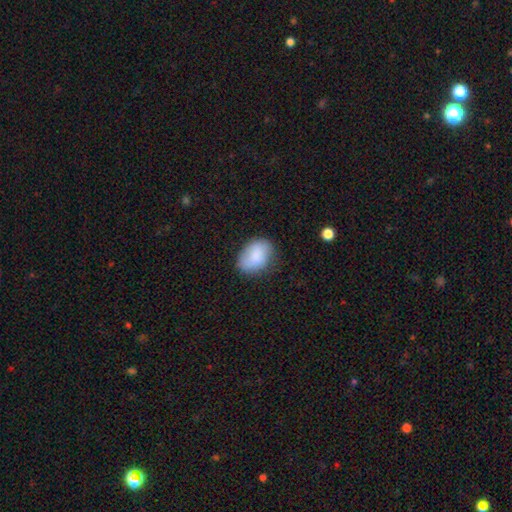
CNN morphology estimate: type=smooth (84%); roundness=in between (80%); merging=none (73%).